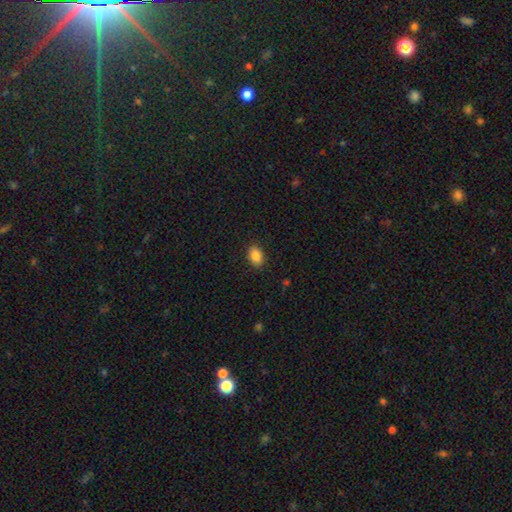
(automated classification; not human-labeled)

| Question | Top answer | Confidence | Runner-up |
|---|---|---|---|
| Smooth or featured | smooth | 87% | star or artifact (9%) |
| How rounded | in between | 84% | round (15%) |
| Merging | none | 89% | minor disturbance (8%) |